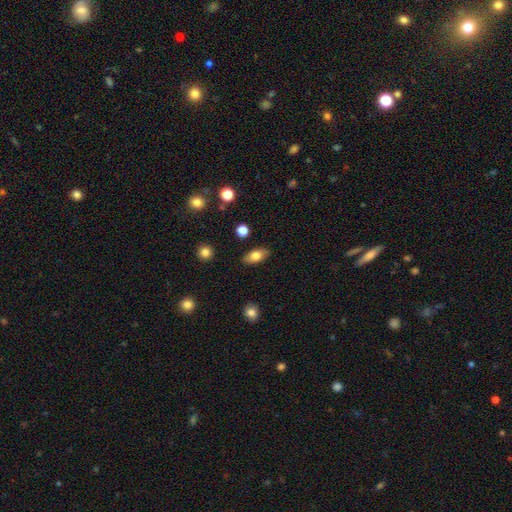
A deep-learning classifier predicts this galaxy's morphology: smooth 77%, featured or disk 15%, star or artifact 8%. Down the decision tree: how rounded — in between (88%); merging — none (87%).